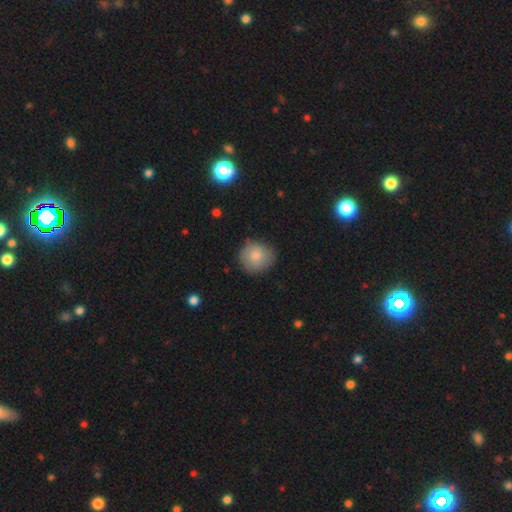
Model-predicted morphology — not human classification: This appears to be a smooth galaxy with no disk features (80%) that is round (90%). Merging: none (81%).